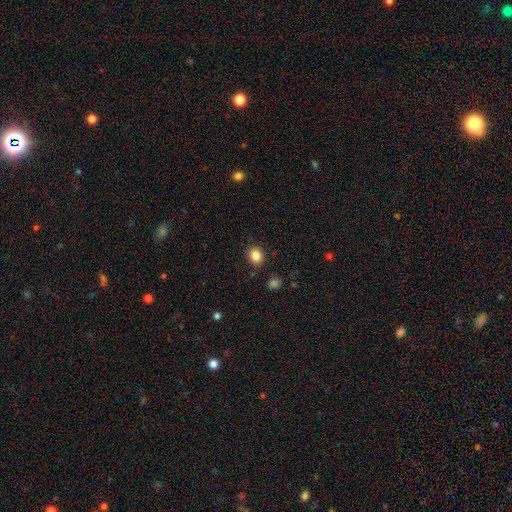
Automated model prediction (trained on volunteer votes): smooth 85%, star or artifact 10%, featured or disk 4%. Down the decision tree: how rounded — round (68%); merging — none (87%).